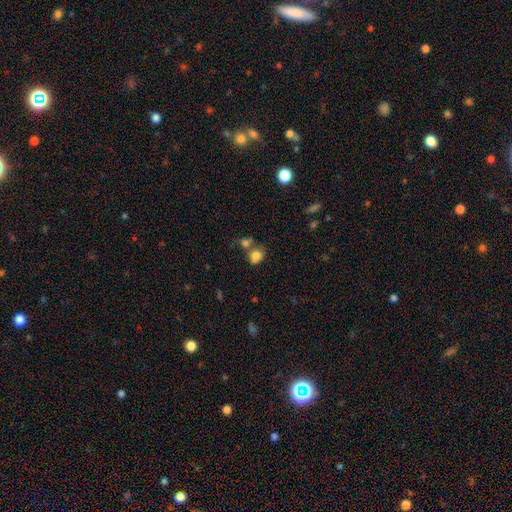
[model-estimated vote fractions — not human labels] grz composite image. It shows a smooth galaxy with no disk features (80%) that is in between round and cigar-shaped (50%). Merging: none (45%).